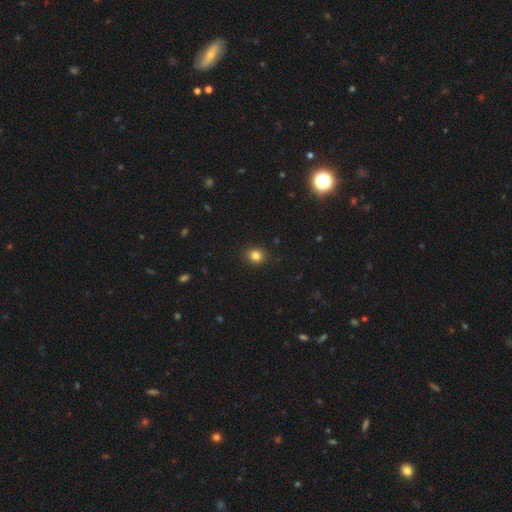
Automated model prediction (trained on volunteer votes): Smooth or featured? smooth (83%)
How rounded? round (73%)
Merging? none (90%)